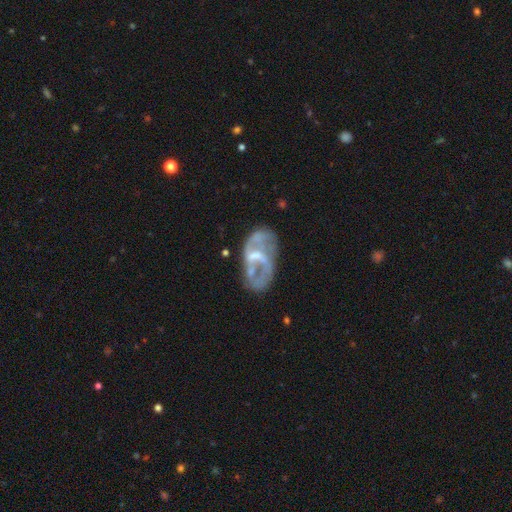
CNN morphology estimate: This appears to be a featured or disk galaxy (74%) with a weak bar (45%), spiral arms (63%) and a small central bulge (40%). Merging: none (44%).